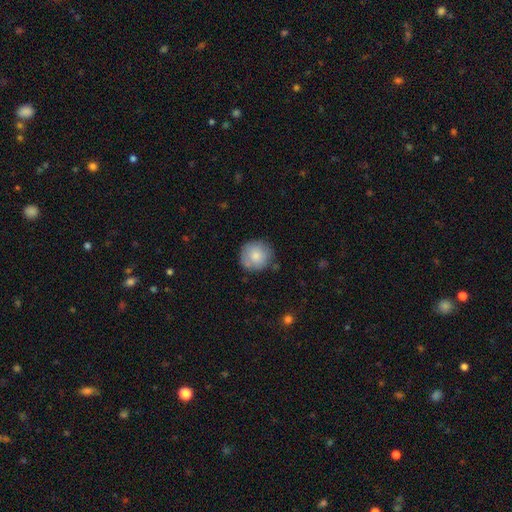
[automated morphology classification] A smooth galaxy with no disk features (80%) that is round (93%).

Vote fractions:
- Smooth or featured? smooth: 80% / featured or disk: 13% / star or artifact: 7%
- How rounded? round: 93% / in between: 6% / cigar-shaped: 1%
- Merging? none: 79% / minor disturbance: 15% / major disturbance: 3% / merger: 3%